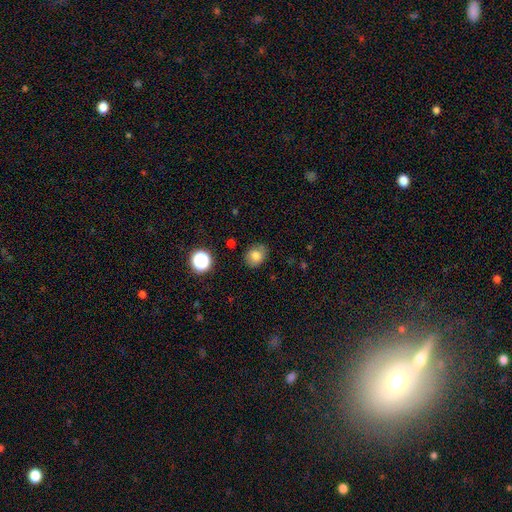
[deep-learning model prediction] This appears to be a smooth galaxy with no disk features (78%) that is round (55%). Merging: none (77%).